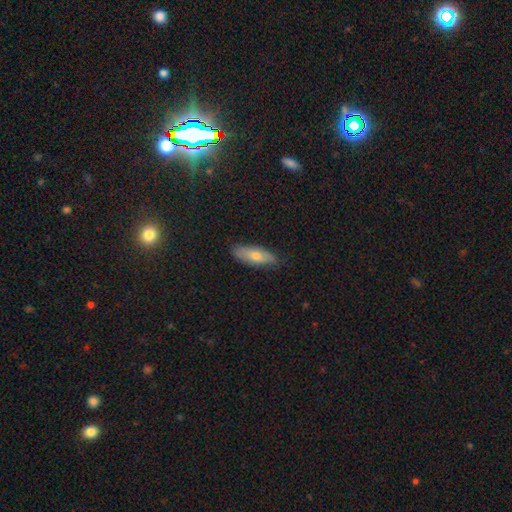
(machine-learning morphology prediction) Smooth or featured? Predicted: smooth (p=0.62). How rounded? Predicted: in between (p=0.61). Merging? Predicted: none (p=0.82).